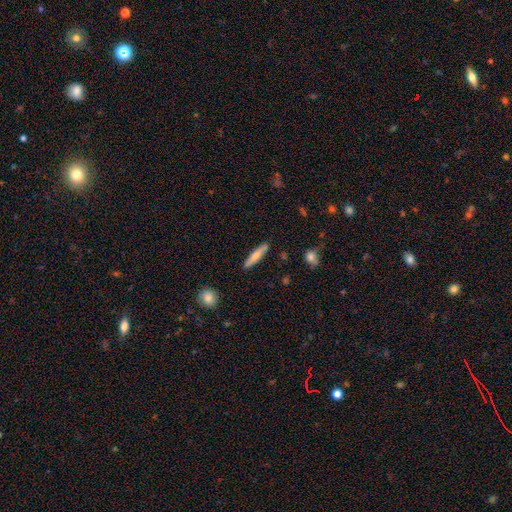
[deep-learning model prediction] Q: Smooth or featured?
A: smooth (63%); runner-up: featured or disk (31%)
Q: How rounded?
A: cigar-shaped (86%); runner-up: in between (12%)
Q: Merging?
A: none (88%); runner-up: minor disturbance (9%)